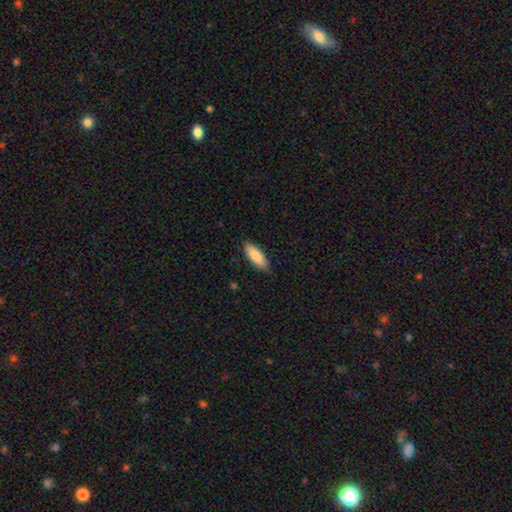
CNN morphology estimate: This appears to be a smooth galaxy with no disk features (88%) that is in between round and cigar-shaped (67%). Merging: none (84%).